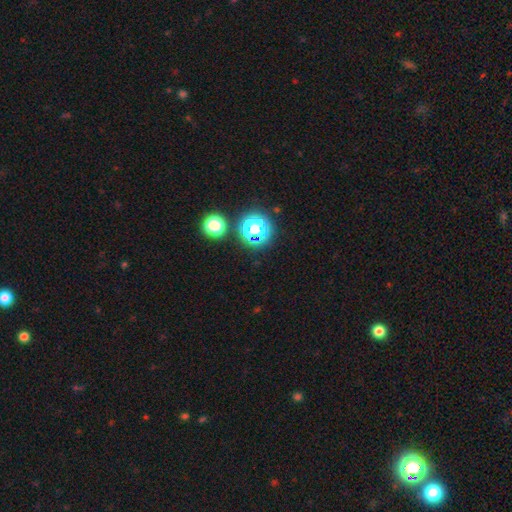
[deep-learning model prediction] Morphology: type=star or artifact (73%).